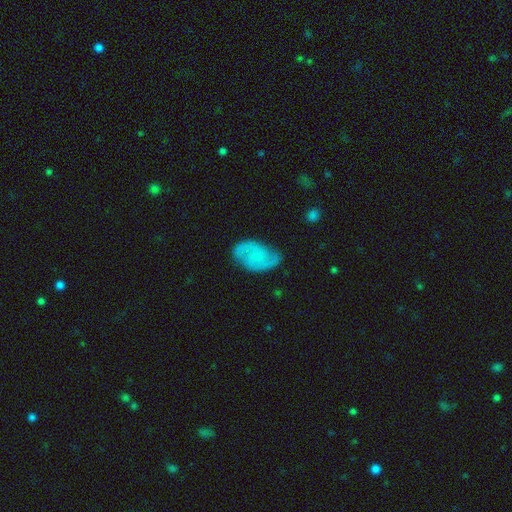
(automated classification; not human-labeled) Smooth or featured? Predicted: featured or disk (p=0.64). Edge-on disk? Predicted: no (p=0.97). Bar? Predicted: no (p=0.64). Spiral arms? Predicted: yes (p=0.91). Spiral winding? Predicted: medium (p=0.46). Spiral arm count? Predicted: 2 (p=0.85). Bulge size? Predicted: none (p=0.48). Merging? Predicted: none (p=0.71).